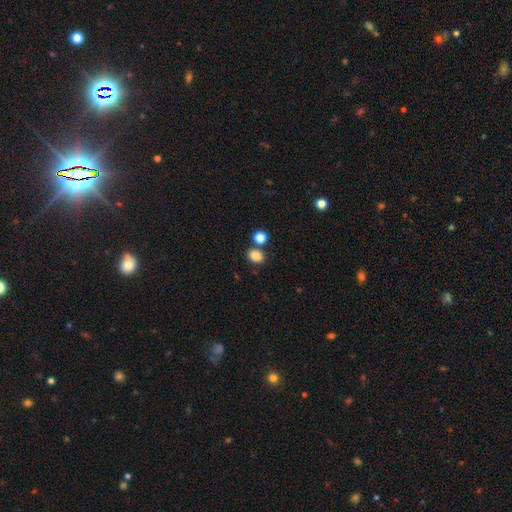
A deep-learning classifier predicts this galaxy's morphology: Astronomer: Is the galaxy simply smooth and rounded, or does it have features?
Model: smooth — 85%.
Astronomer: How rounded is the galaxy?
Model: in between — 52% (runner-up: round, 46%).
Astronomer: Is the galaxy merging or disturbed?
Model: none — 71%.